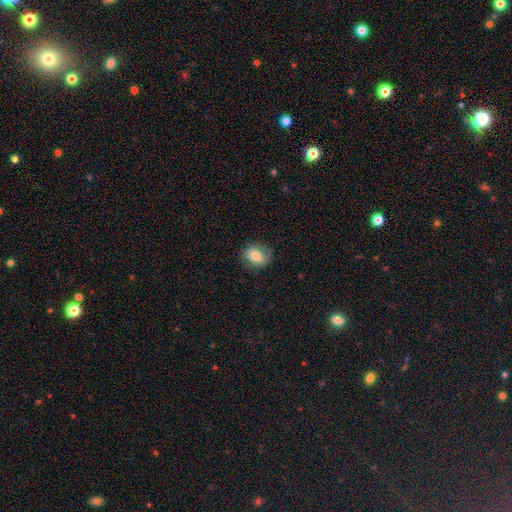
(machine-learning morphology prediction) This appears to be a smooth galaxy with no disk features (65%) that is round (53%). Merging: none (76%).